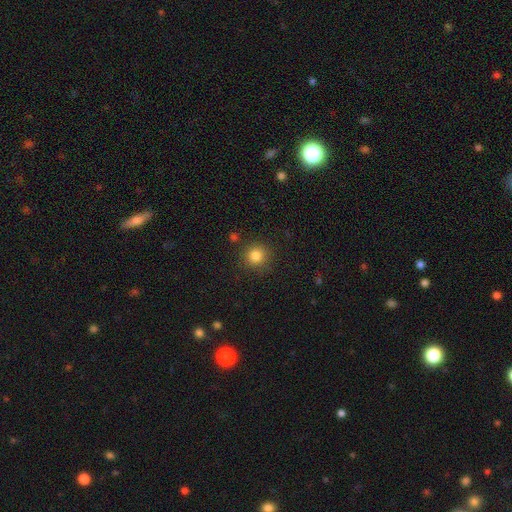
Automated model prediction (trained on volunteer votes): Smooth or featured?
  - smooth: 83% *
  - star or artifact: 12%
  - featured or disk: 5%
How rounded?
  - round: 91% *
  - in between: 8%
  - cigar-shaped: 1%
Merging?
  - none: 87% *
  - minor disturbance: 8%
  - major disturbance: 3%
  - merger: 3%